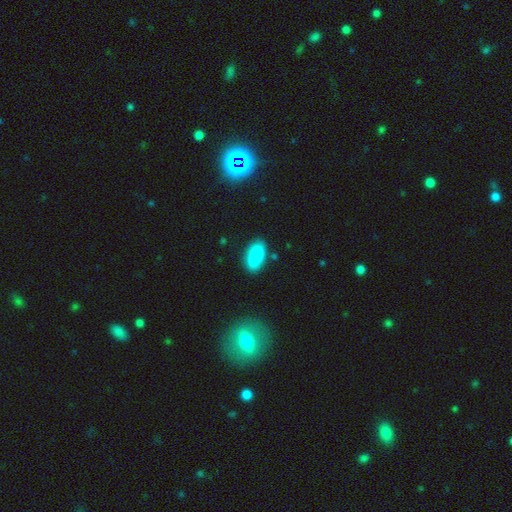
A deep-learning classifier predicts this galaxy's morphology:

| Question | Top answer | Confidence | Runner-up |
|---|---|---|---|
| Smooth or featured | smooth | 85% | featured or disk (8%) |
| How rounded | in between | 93% | cigar-shaped (3%) |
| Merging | none | 78% | minor disturbance (16%) |